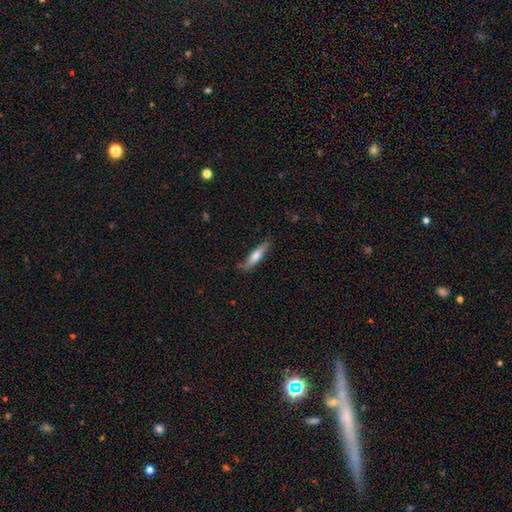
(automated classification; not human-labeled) This appears to be a smooth galaxy with no disk features (66%) that is cigar-shaped (80%). Merging: none (77%).